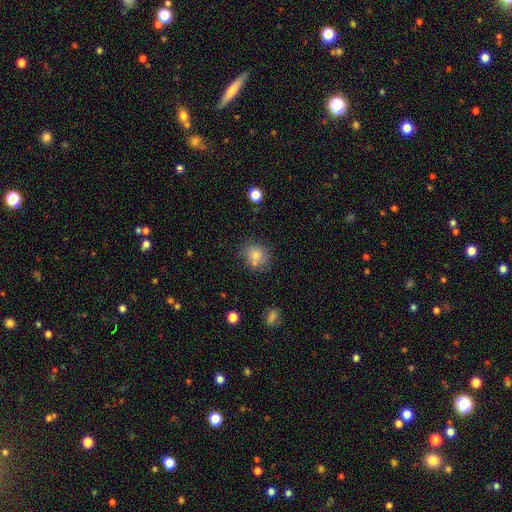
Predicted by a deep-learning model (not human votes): Smooth or featured? Predicted: smooth (p=0.78). How rounded? Predicted: round (p=0.78). Merging? Predicted: none (p=0.65).